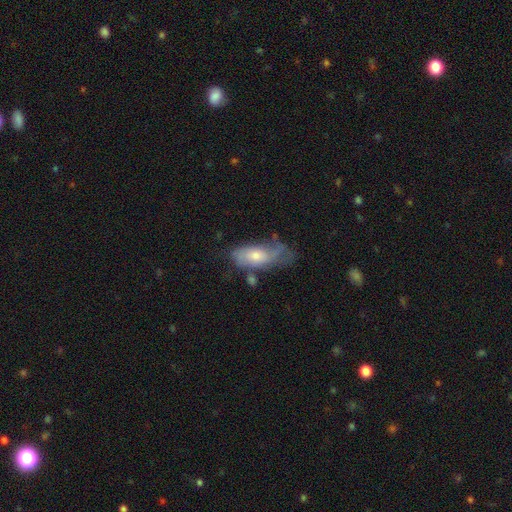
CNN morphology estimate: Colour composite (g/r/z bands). It shows a smooth galaxy with no disk features (48%). Merging: none (37%).